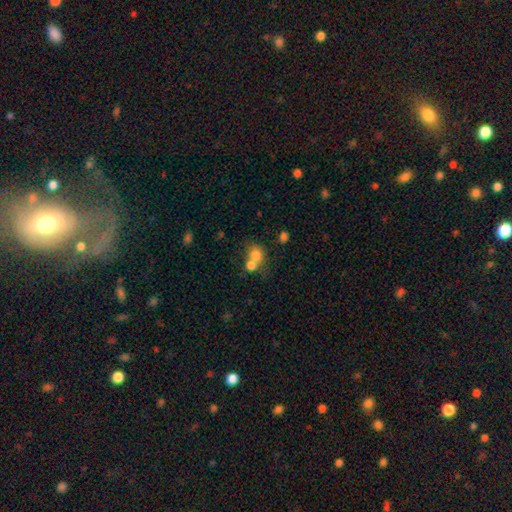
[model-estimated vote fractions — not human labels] Morphology: type=smooth (76%); roundness=round (68%); merging=merger (55%).